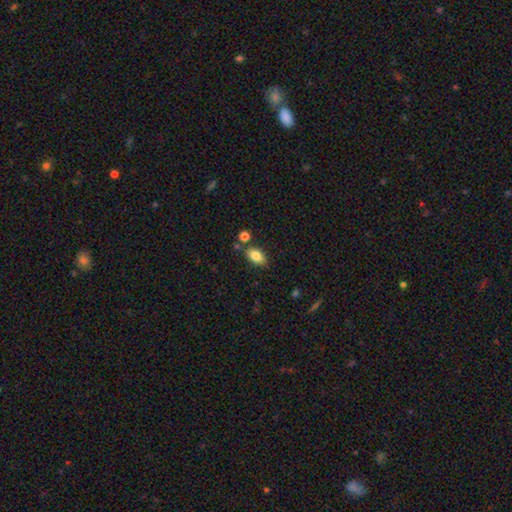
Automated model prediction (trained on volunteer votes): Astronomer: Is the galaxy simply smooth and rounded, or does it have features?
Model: smooth — 83%.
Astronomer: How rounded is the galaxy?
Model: in between — 88%.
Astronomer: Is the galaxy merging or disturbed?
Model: none — 74%.